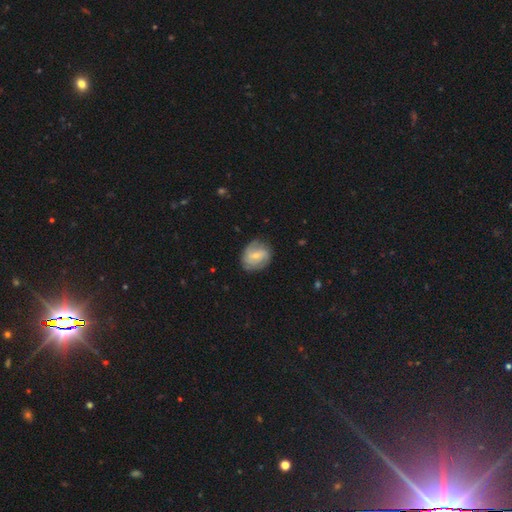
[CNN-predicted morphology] This is possibly a featured or disk galaxy (55%). It is clearly not viewed edge-on (97%). Bar: possibly weak (51%). Spiral arm pattern: clearly yes (84%). Central bulge: possibly small (56%). Merging: likely none (75%).